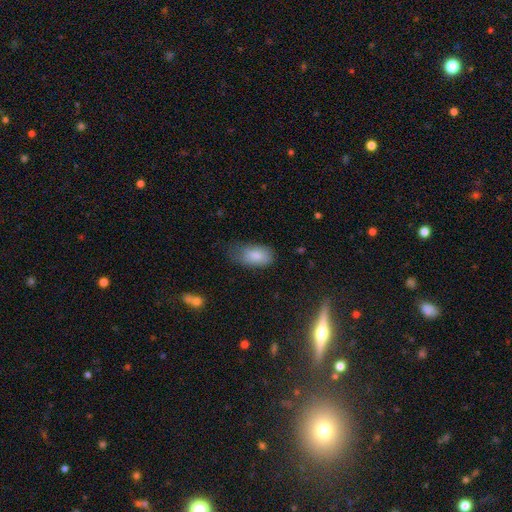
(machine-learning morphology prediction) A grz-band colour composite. It shows a smooth galaxy with no disk features (83%) that is in between round and cigar-shaped (93%). Merging: none (47%).